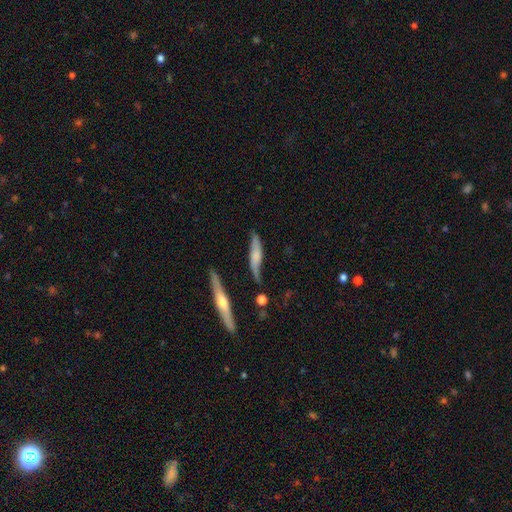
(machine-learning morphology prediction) This appears to be a featured or disk galaxy (54%) viewed edge-on (71%). Merging: none (63%).